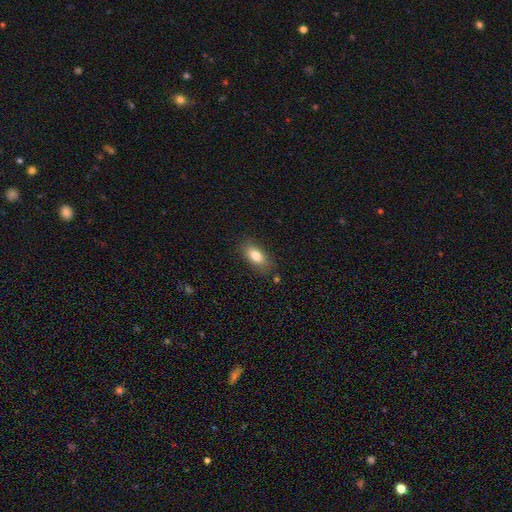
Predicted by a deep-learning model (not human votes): Smooth or featured? Predicted: smooth (p=0.82). How rounded? Predicted: in between (p=0.87). Merging? Predicted: none (p=0.83).